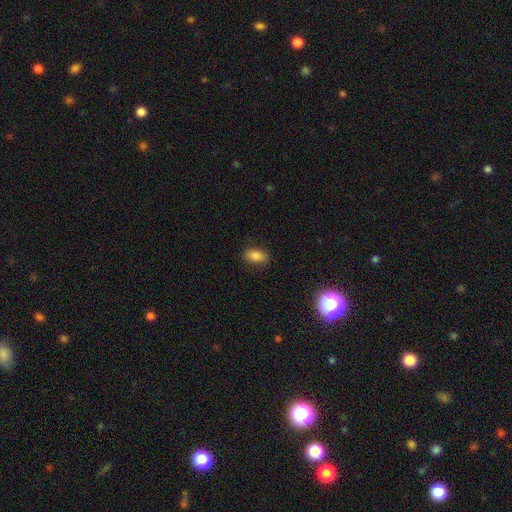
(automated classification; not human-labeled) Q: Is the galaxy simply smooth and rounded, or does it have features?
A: smooth — 83%.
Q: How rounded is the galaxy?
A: in between — 89%.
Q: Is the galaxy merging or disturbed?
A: none — 84%.